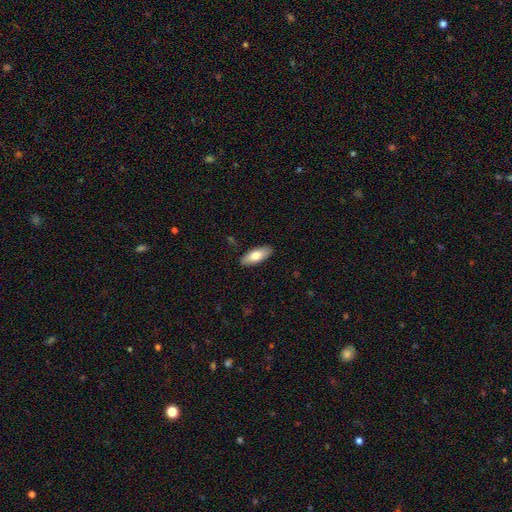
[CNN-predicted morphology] Smooth or featured?
  - smooth: 74% *
  - featured or disk: 21%
  - star or artifact: 6%
How rounded?
  - in between: 77% *
  - cigar-shaped: 20%
  - round: 2%
Merging?
  - none: 89% *
  - minor disturbance: 8%
  - major disturbance: 2%
  - merger: 1%